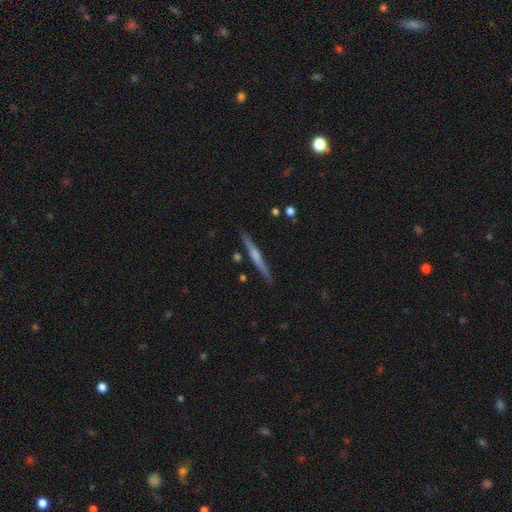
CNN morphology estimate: smooth_or_featured: featured or disk (p=0.58) [alt: smooth p=0.36]
disk_edge_on: yes (p=0.97) [alt: no p=0.03]
edge_on_bulge: rounded (p=0.48) [alt: none p=0.40]
merging: none (p=0.88) [alt: minor disturbance p=0.08]